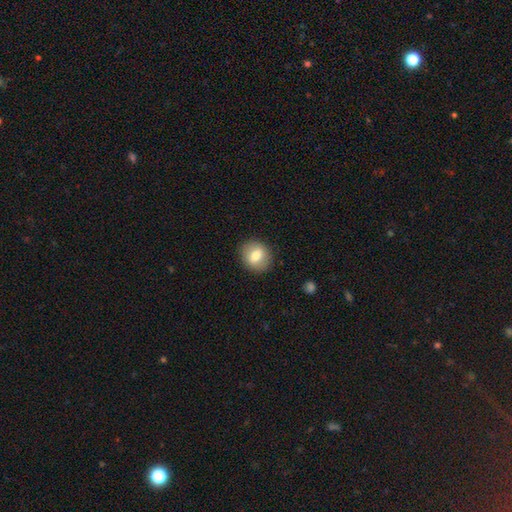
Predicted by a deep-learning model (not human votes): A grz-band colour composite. It shows a smooth galaxy with no disk features (73%) that is round (72%). Merging: none (88%).